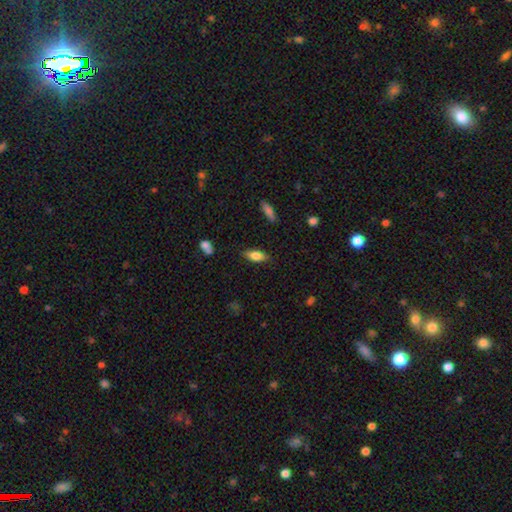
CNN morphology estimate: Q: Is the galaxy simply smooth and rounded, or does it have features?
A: smooth — 79%.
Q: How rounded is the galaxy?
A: in between — 79%.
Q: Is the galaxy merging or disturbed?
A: none — 83%.